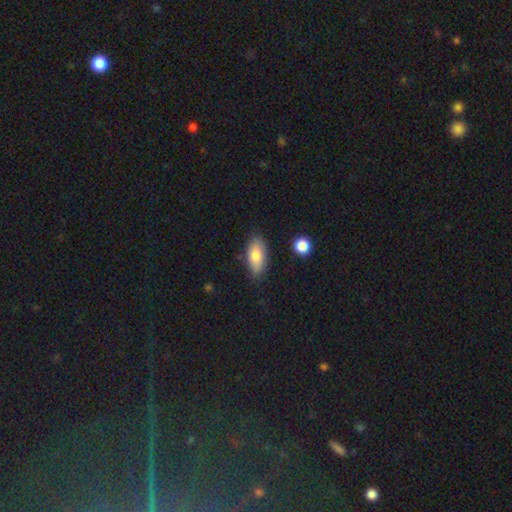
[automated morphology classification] Smooth or featured?
  - smooth: 81% *
  - featured or disk: 12%
  - star or artifact: 7%
How rounded?
  - in between: 89% *
  - cigar-shaped: 8%
  - round: 3%
Merging?
  - none: 77% *
  - minor disturbance: 17%
  - major disturbance: 3%
  - merger: 3%